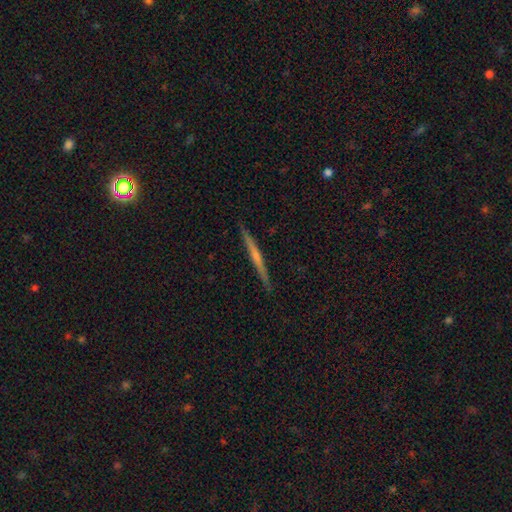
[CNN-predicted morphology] A featured or disk galaxy (68%) viewed edge-on (98%) with a rounded central bulge (51%).

Vote fractions:
- Smooth or featured? featured or disk: 68% / smooth: 26% / star or artifact: 7%
- Edge-on disk? yes: 98% / no: 2%
- Edge-on bulge? rounded: 51% / none: 43% / boxy: 6%
- Merging? none: 91% / minor disturbance: 6% / major disturbance: 1% / merger: 1%